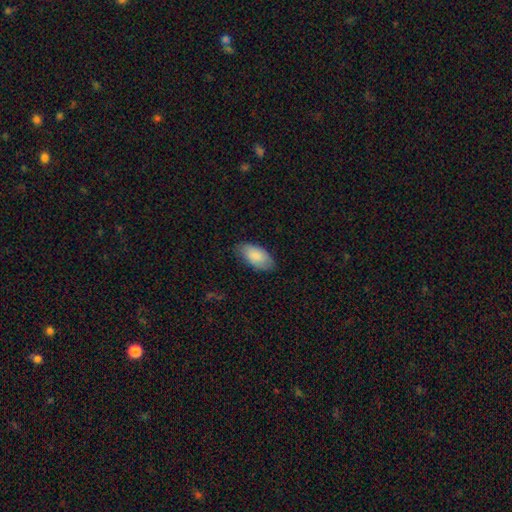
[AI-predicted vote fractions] Overall: smooth (85%). How rounded: in between (94%). Merging: none (74%).